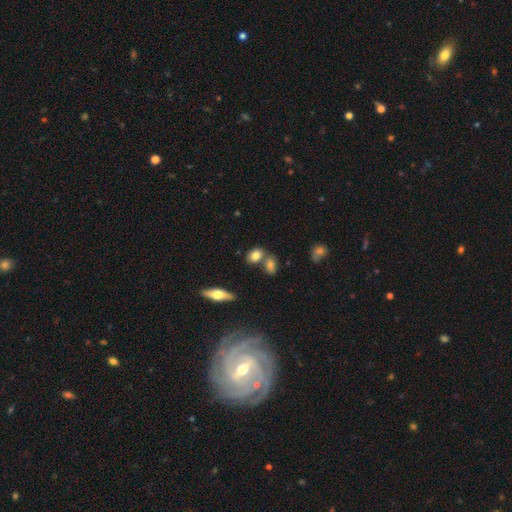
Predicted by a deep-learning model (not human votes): smooth 79%, featured or disk 12%, star or artifact 10%. Down the decision tree: how rounded — in between (72%); merging — none (60%).